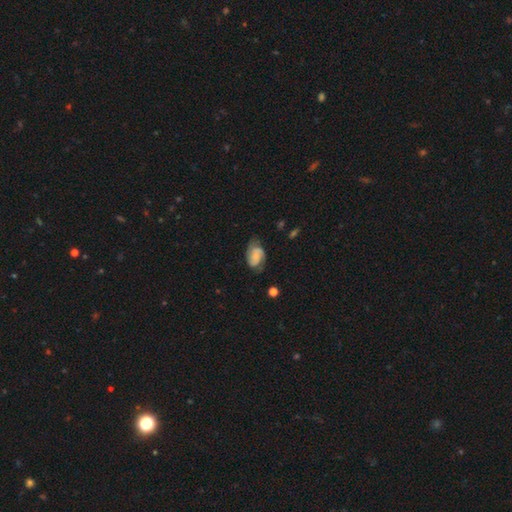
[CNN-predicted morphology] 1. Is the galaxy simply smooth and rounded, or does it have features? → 63% featured or disk, 30% smooth, 7% star or artifact.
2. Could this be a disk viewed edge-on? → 97% no, 3% yes.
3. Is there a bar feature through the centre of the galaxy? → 60% no, 32% weak, 8% strong.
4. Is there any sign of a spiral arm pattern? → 91% yes, 9% no.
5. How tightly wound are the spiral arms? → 44% medium, 36% tight, 20% loose.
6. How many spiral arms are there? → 79% 2, 11% can't tell, 4% 3, 3% 1, 1% 4, 1% more than 4.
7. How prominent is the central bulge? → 58% small, 22% moderate, 17% none, 3% large, 1% dominant.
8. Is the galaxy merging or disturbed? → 61% none, 27% minor disturbance, 10% major disturbance, 2% merger.